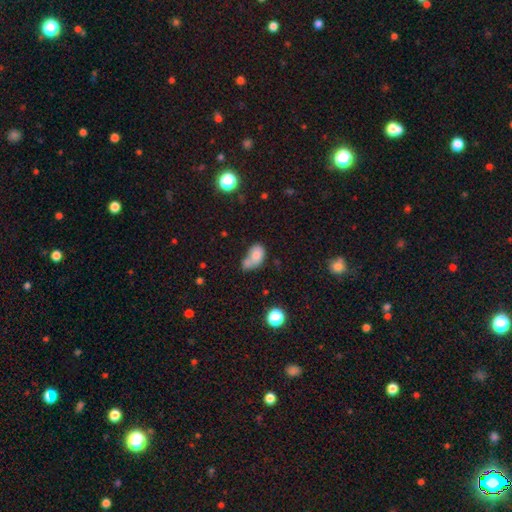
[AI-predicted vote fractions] A smooth galaxy with no disk features (75%) that is in between round and cigar-shaped (78%).

Vote fractions:
- Smooth or featured? smooth: 75% / featured or disk: 15% / star or artifact: 10%
- How rounded? in between: 78% / round: 20% / cigar-shaped: 2%
- Merging? merger: 51% / none: 24% / minor disturbance: 16% / major disturbance: 9%